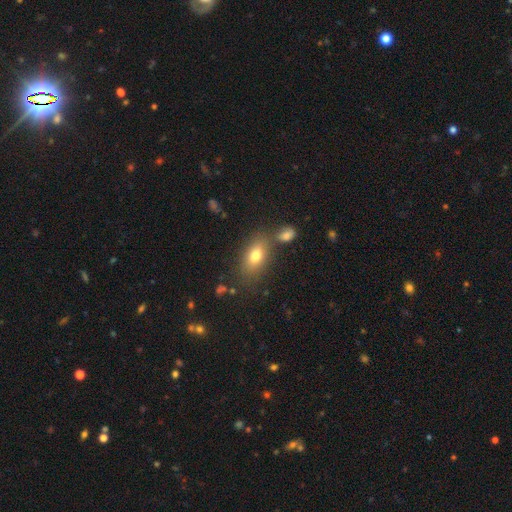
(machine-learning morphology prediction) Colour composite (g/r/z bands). It shows a smooth galaxy with no disk features (75%) that is in between round and cigar-shaped (86%). Merging: none (67%).